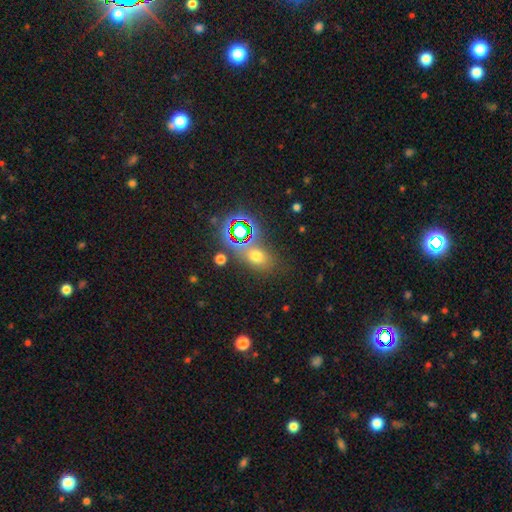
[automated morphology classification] type=smooth (59%); roundness=in between (64%); merging=none (70%).